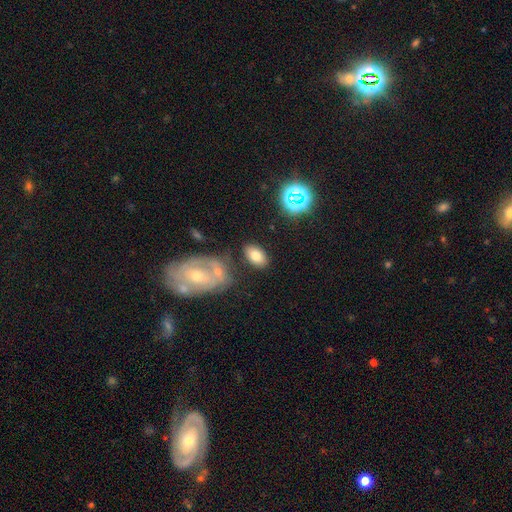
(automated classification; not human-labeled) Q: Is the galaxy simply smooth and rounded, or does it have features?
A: smooth — 75%.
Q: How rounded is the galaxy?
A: in between — 90%.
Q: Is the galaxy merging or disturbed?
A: none — 76%.